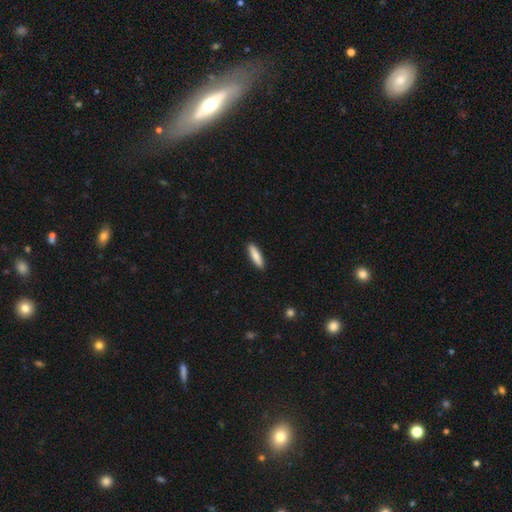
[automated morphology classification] This is clearly a smooth galaxy (83%). How rounded: likely cigar-shaped (73%). Merging: clearly none (91%).